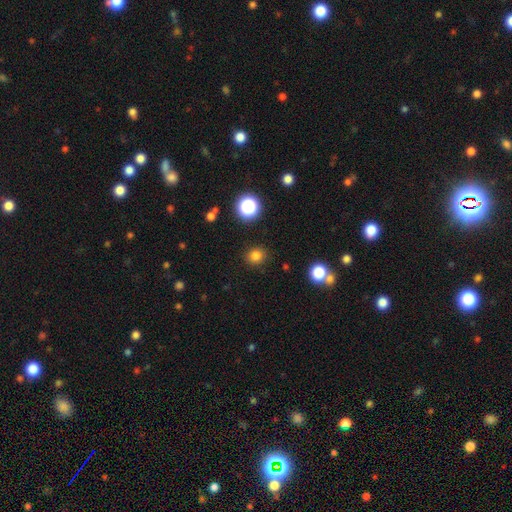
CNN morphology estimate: smooth_or_featured: smooth (p=0.81) [alt: star or artifact p=0.15]
how_rounded: round (p=0.83) [alt: in between p=0.16]
merging: none (p=0.89) [alt: minor disturbance p=0.07]